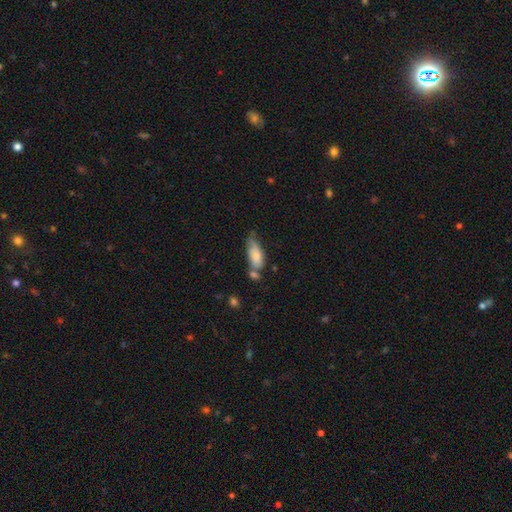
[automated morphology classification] This appears to be a smooth galaxy with no disk features (75%) that is in between round and cigar-shaped (77%). Merging: none (35%).